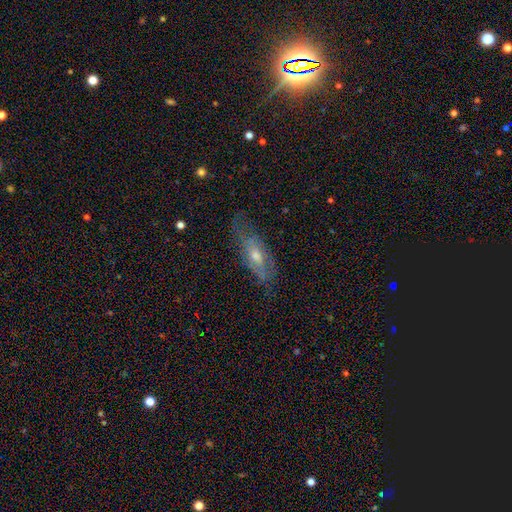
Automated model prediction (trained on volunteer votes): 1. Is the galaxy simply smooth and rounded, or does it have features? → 63% featured or disk, 28% smooth, 9% star or artifact.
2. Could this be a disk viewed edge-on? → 73% no, 27% yes.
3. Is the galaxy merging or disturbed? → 65% none, 23% minor disturbance, 10% major disturbance, 2% merger.